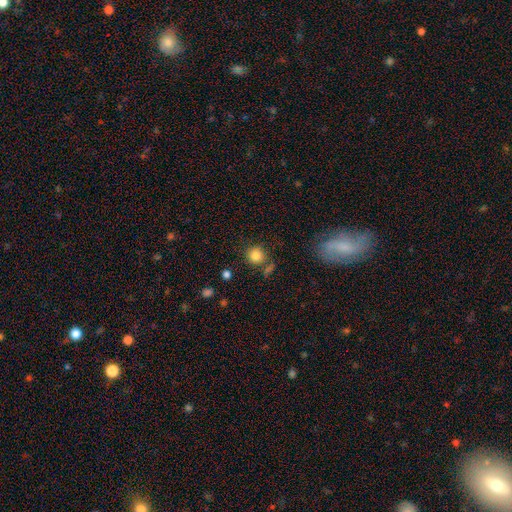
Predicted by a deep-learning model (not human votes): smooth 83%, star or artifact 11%, featured or disk 6%. Down the decision tree: how rounded — round (89%); merging — none (74%).